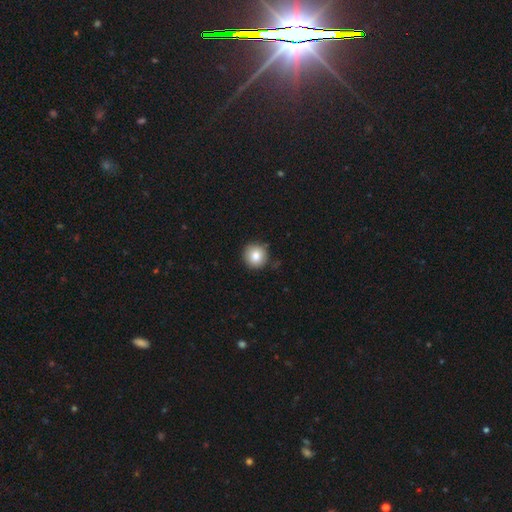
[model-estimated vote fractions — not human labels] Smooth or featured? Predicted: smooth (p=0.84). How rounded? Predicted: round (p=0.94). Merging? Predicted: none (p=0.86).